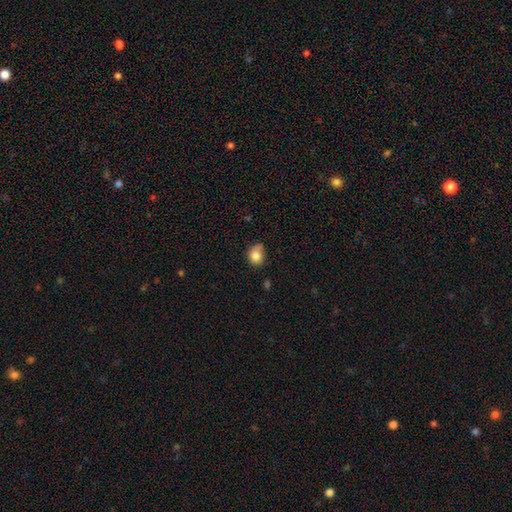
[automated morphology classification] Smooth or featured?
  - smooth: 82% *
  - star or artifact: 10%
  - featured or disk: 8%
How rounded?
  - round: 63% *
  - in between: 36%
  - cigar-shaped: 1%
Merging?
  - none: 51% *
  - minor disturbance: 35%
  - major disturbance: 8%
  - merger: 5%